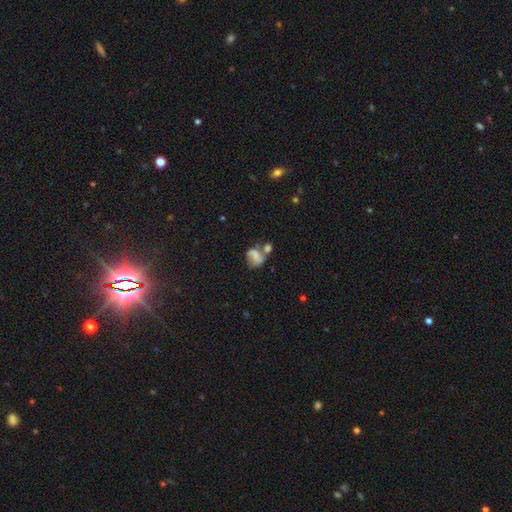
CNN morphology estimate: Q: Smooth or featured?
A: smooth (55%); runner-up: featured or disk (32%)
Q: How rounded?
A: in between (58%); runner-up: round (41%)
Q: Merging?
A: merger (42%); runner-up: none (25%)